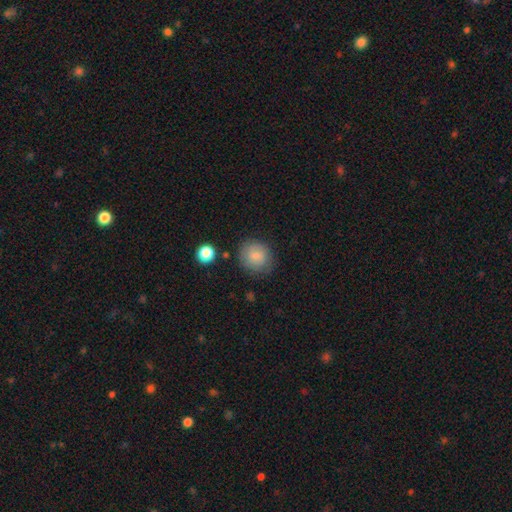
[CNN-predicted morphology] Q: Smooth or featured?
A: smooth (83%); runner-up: featured or disk (9%)
Q: How rounded?
A: round (86%); runner-up: in between (13%)
Q: Merging?
A: none (79%); runner-up: minor disturbance (14%)